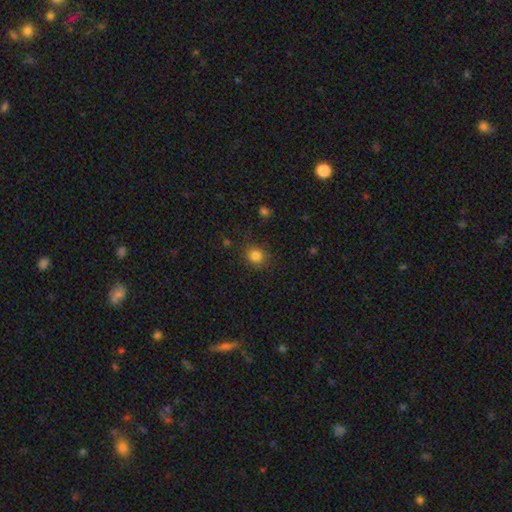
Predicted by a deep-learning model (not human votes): A smooth galaxy with no disk features (83%) that is round (82%).

Vote fractions:
- Smooth or featured? smooth: 83% / star or artifact: 12% / featured or disk: 5%
- How rounded? round: 82% / in between: 17% / cigar-shaped: 1%
- Merging? none: 83% / minor disturbance: 11% / major disturbance: 4% / merger: 2%